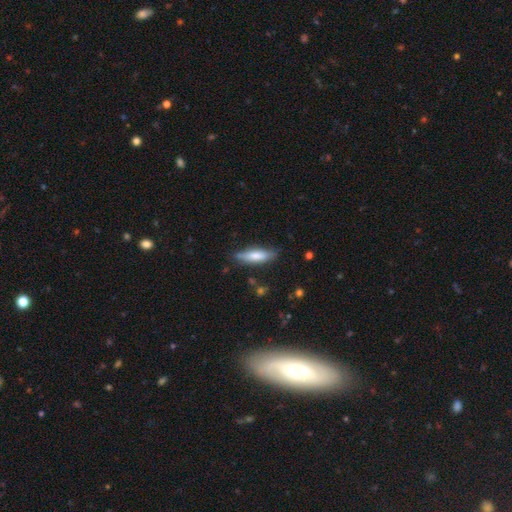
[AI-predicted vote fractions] smooth_or_featured: smooth (p=0.71) [alt: featured or disk p=0.23]
how_rounded: cigar-shaped (p=0.59) [alt: in between p=0.40]
merging: none (p=0.78) [alt: minor disturbance p=0.16]